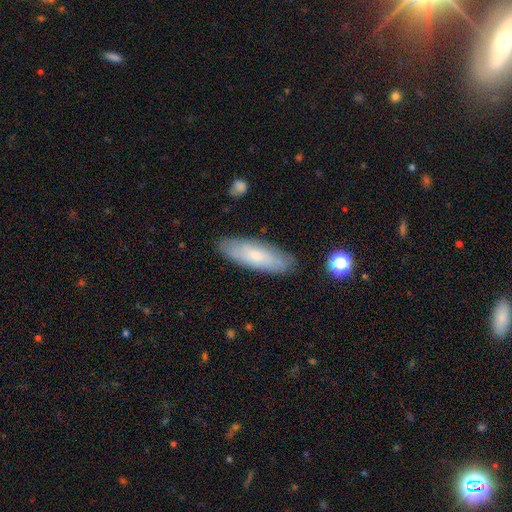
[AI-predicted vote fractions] Q: Smooth or featured?
A: smooth (66%); runner-up: featured or disk (27%)
Q: How rounded?
A: in between (54%); runner-up: cigar-shaped (45%)
Q: Merging?
A: none (84%); runner-up: minor disturbance (12%)